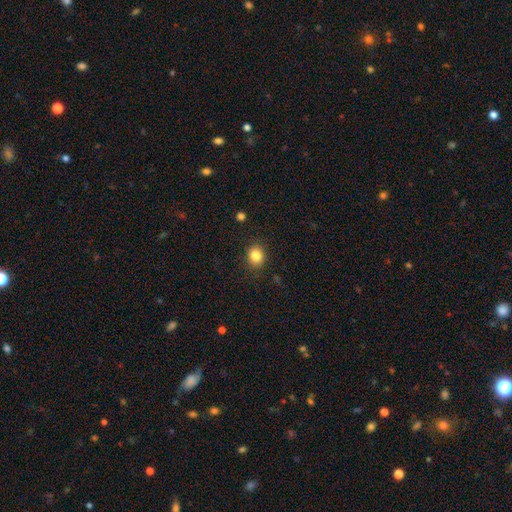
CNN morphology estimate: Smooth or featured: smooth — 85% (star or artifact — 10%)
How rounded: round — 72% (in between — 27%)
Merging: none — 88% (minor disturbance — 9%)